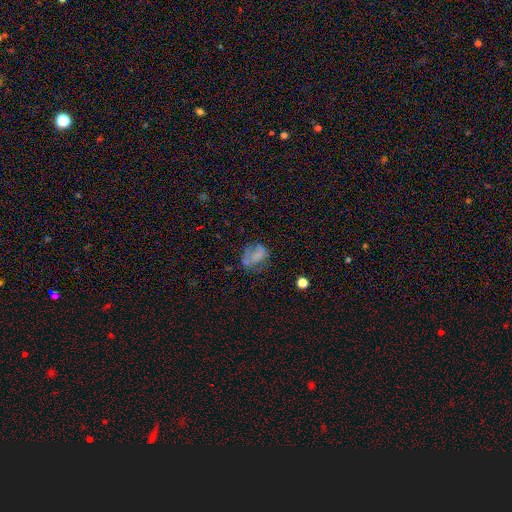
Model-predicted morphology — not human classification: smooth-or-featured: smooth: 60% | featured or disk: 26% | star or artifact: 14%
  how-rounded: in between: 67% | round: 30% | cigar-shaped: 2%
  merging: none: 42% | minor disturbance: 27% | major disturbance: 24% | merger: 6%